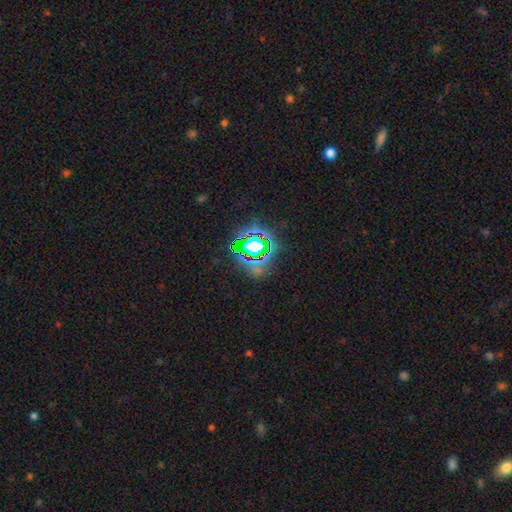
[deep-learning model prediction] Smooth or featured? star or artifact (77%)